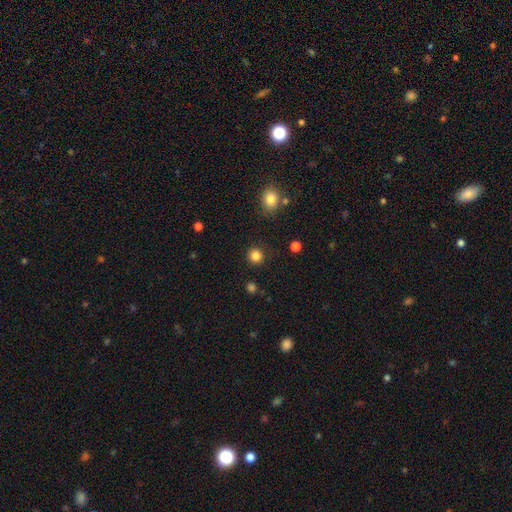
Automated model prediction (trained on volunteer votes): A smooth galaxy with no disk features (84%) that is round (92%). Merging: none (90%).